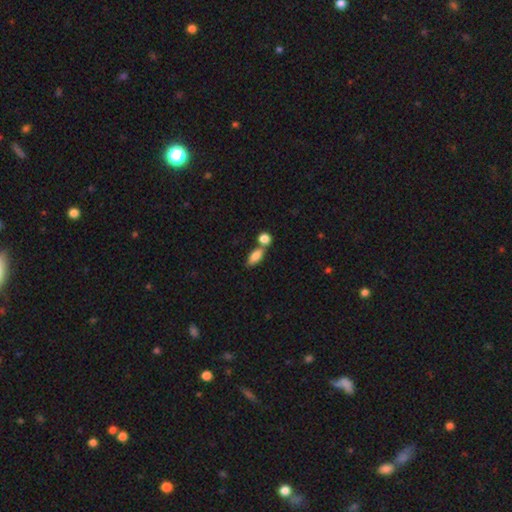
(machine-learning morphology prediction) This appears to be a smooth galaxy with no disk features (81%) that is in between round and cigar-shaped (79%). Merging: none (49%).